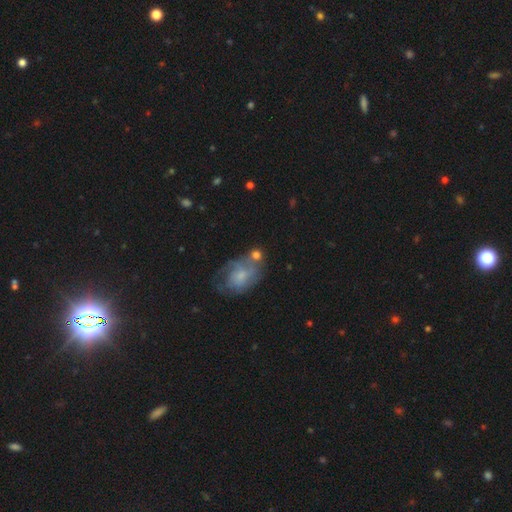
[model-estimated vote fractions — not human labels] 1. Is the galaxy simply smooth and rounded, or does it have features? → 51% featured or disk, 39% smooth, 10% star or artifact.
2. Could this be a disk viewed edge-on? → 96% no, 4% yes.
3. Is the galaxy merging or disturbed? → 43% none, 24% minor disturbance, 17% major disturbance, 16% merger.